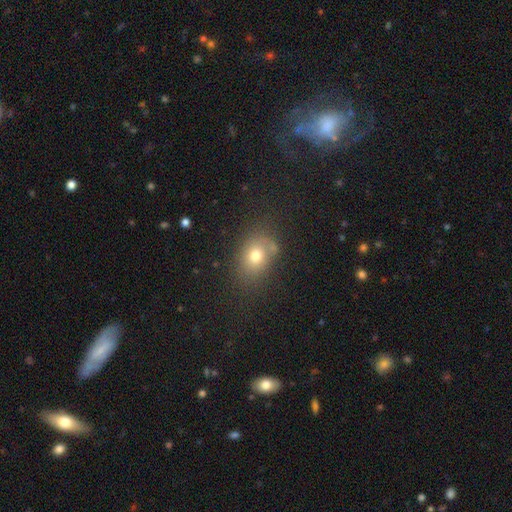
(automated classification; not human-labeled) Smooth or featured? Predicted: smooth (p=0.71). How rounded? Predicted: in between (p=0.63). Merging? Predicted: none (p=0.67).